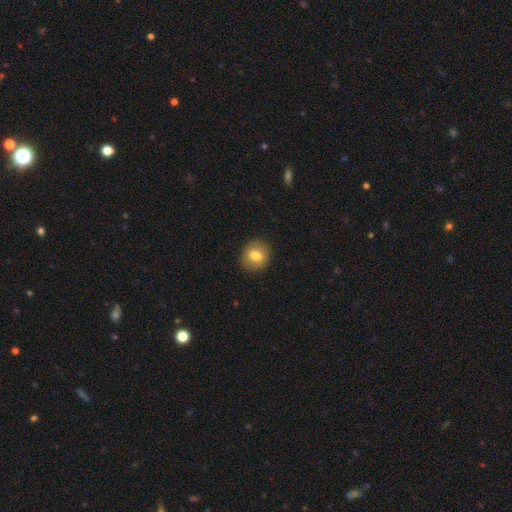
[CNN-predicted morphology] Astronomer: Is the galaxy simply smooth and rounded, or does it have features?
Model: smooth — 76%.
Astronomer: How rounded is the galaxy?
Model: round — 78%.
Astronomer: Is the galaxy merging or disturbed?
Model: none — 88%.